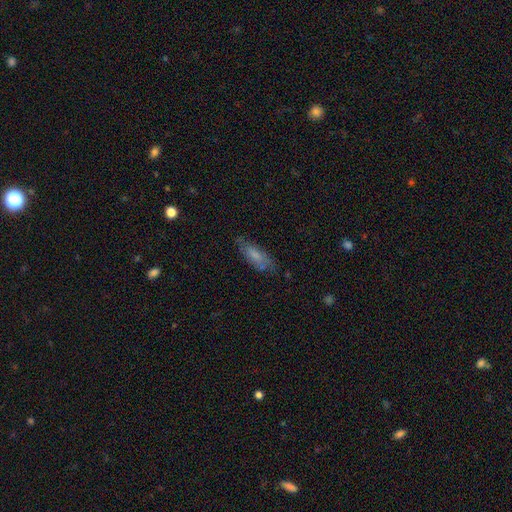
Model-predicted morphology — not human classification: Overall: smooth (67%). How rounded: in between (62%; cigar-shaped 36%). Merging: none (69%).